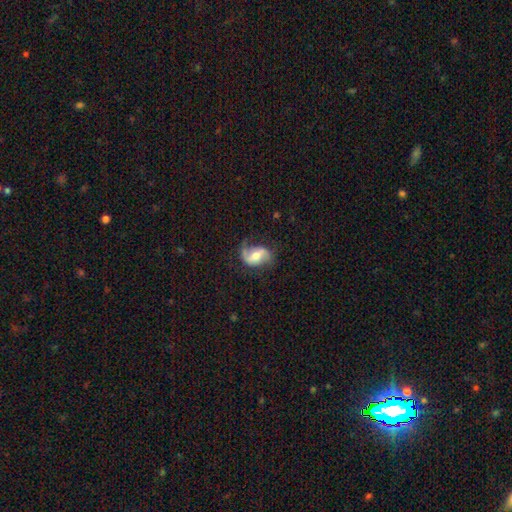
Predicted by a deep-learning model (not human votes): The model was most divided on "bar": weak: 40%, strong: 31%, no: 29%. More confident: edge-on disk — no (96%); spiral arms — yes (89%); spiral arm count — 2 (70%); smooth or featured — featured or disk (66%); bulge size — moderate (61%); merging — none (57%); spiral winding — loose (52%).